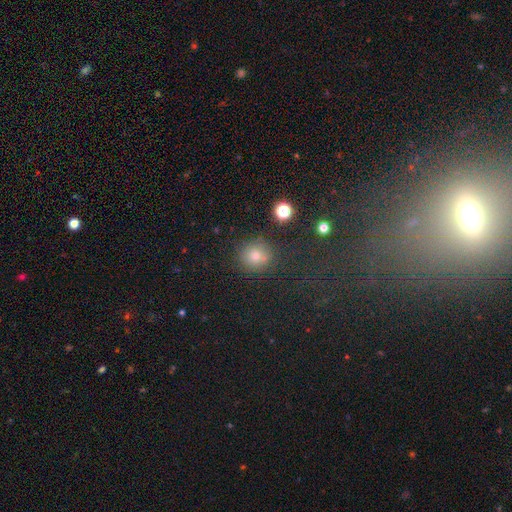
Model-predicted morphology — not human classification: Smooth or featured: smooth — 72% (star or artifact — 19%)
How rounded: round — 89% (in between — 10%)
Merging: none — 82% (minor disturbance — 10%)